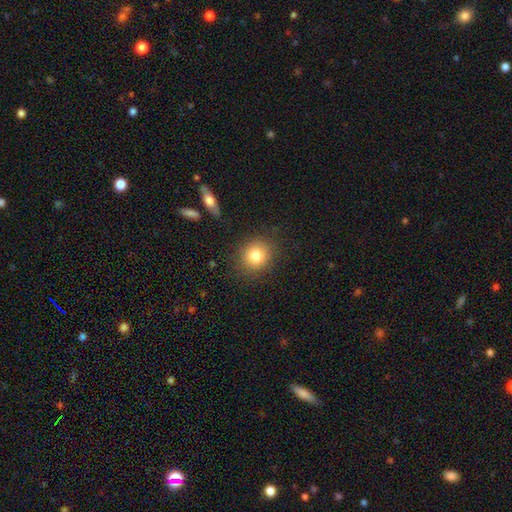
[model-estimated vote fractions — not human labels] Q: Smooth or featured?
A: smooth (80%); runner-up: star or artifact (11%)
Q: How rounded?
A: round (83%); runner-up: in between (16%)
Q: Merging?
A: none (86%); runner-up: minor disturbance (9%)